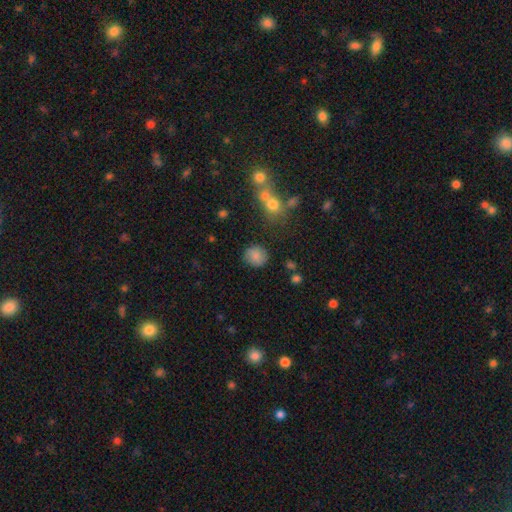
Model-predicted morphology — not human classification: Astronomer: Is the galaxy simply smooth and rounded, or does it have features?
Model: smooth — 81%.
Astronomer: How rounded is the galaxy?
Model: round — 82%.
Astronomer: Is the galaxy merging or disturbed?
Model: none — 83%.